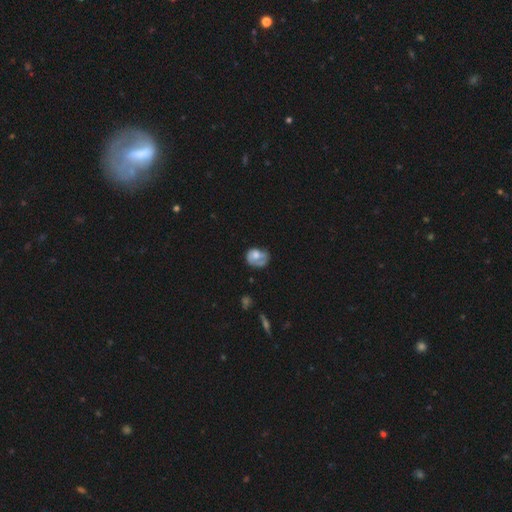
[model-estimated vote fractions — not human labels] This appears to be a smooth galaxy with no disk features (48%). Merging: none (37%).